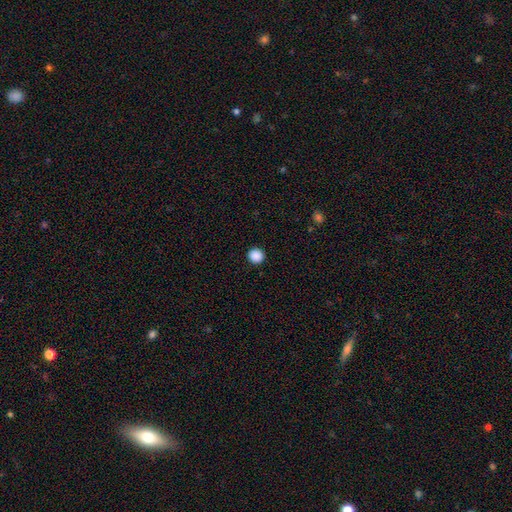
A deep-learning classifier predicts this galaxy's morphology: Smooth or featured? Predicted: smooth (p=0.89). How rounded? Predicted: round (p=0.94). Merging? Predicted: none (p=0.93).